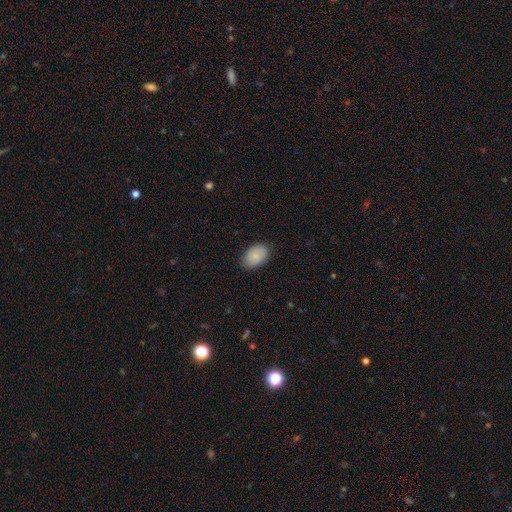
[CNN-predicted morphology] The model was most divided on "merging": none: 84%, minor disturbance: 12%, major disturbance: 3%, merger: 1%. More confident: smooth or featured — smooth (86%); how rounded — in between (86%).